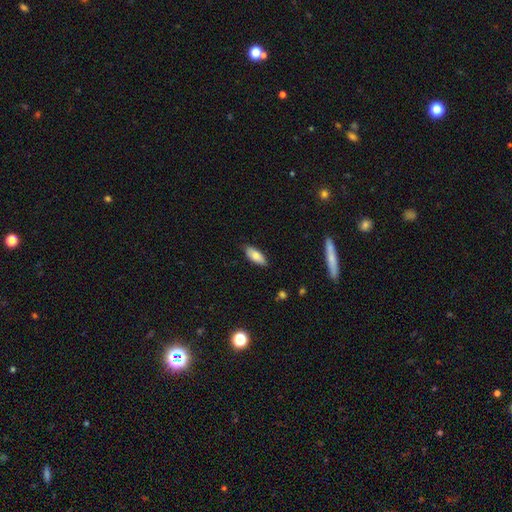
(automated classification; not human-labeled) Smooth or featured: smooth — 77% (featured or disk — 16%)
How rounded: in between — 82% (cigar-shaped — 16%)
Merging: none — 83% (minor disturbance — 14%)